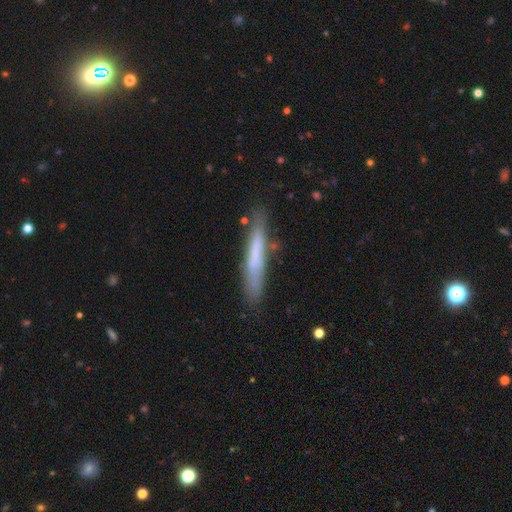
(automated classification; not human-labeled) Smooth or featured: smooth — 59% (featured or disk — 34%)
How rounded: cigar-shaped — 94% (in between — 5%)
Merging: none — 79% (minor disturbance — 15%)